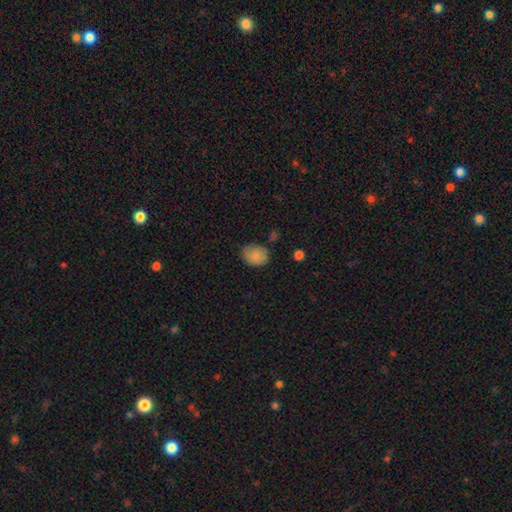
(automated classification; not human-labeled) Smooth or featured: smooth — 86% (star or artifact — 8%)
How rounded: in between — 60% (round — 39%)
Merging: none — 72% (minor disturbance — 21%)